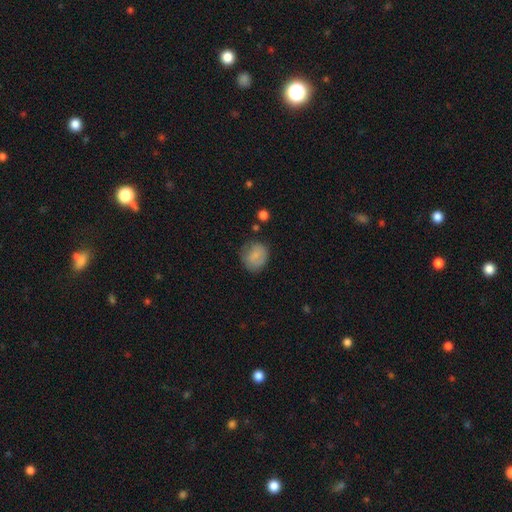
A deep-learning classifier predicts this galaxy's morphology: Smooth or featured?
  - smooth: 76% *
  - featured or disk: 15%
  - star or artifact: 9%
How rounded?
  - round: 71% *
  - in between: 28%
  - cigar-shaped: 1%
Merging?
  - none: 64% *
  - minor disturbance: 25%
  - major disturbance: 8%
  - merger: 3%